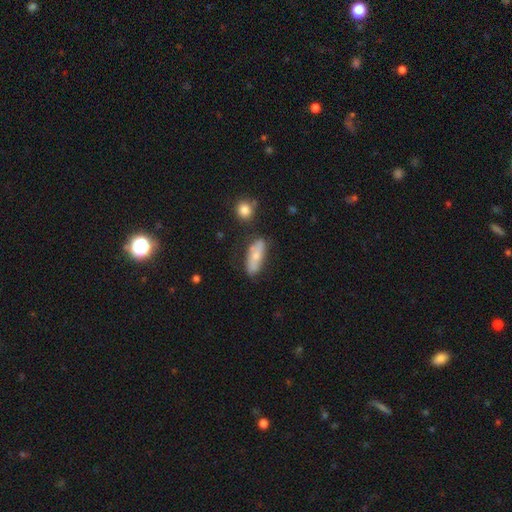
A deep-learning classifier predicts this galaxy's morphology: Smooth or featured: smooth — 62% (featured or disk — 31%)
How rounded: in between — 62% (cigar-shaped — 35%)
Merging: none — 69% (minor disturbance — 20%)